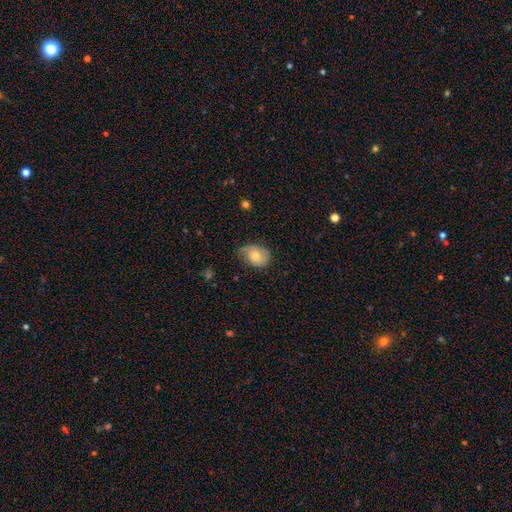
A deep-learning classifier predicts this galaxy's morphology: A smooth galaxy with no disk features (61%) that is in between round and cigar-shaped (62%).

Vote fractions:
- Smooth or featured? smooth: 61% / featured or disk: 31% / star or artifact: 8%
- How rounded? in between: 62% / round: 37% / cigar-shaped: 1%
- Merging? none: 58% / minor disturbance: 32% / major disturbance: 9% / merger: 1%